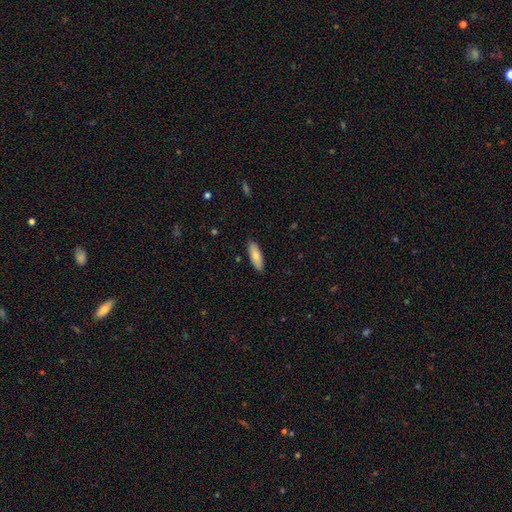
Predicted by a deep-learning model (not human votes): smooth-or-featured: smooth: 79% | featured or disk: 15% | star or artifact: 6%
  how-rounded: in between: 61% | cigar-shaped: 37% | round: 2%
  merging: none: 88% | minor disturbance: 9% | major disturbance: 2% | merger: 1%